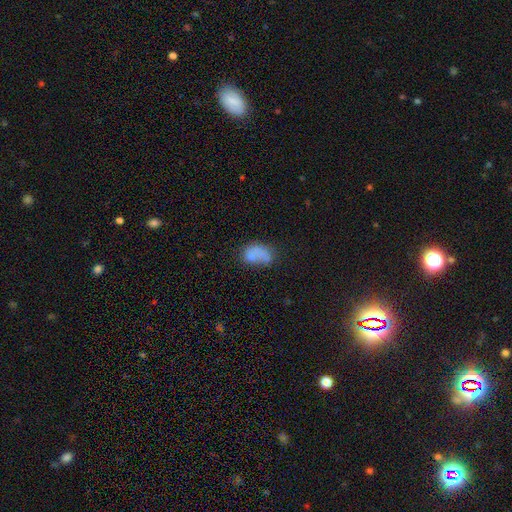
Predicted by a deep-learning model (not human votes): This appears to be a smooth galaxy with no disk features (63%) that is in between round and cigar-shaped (82%). Merging: none (37%).